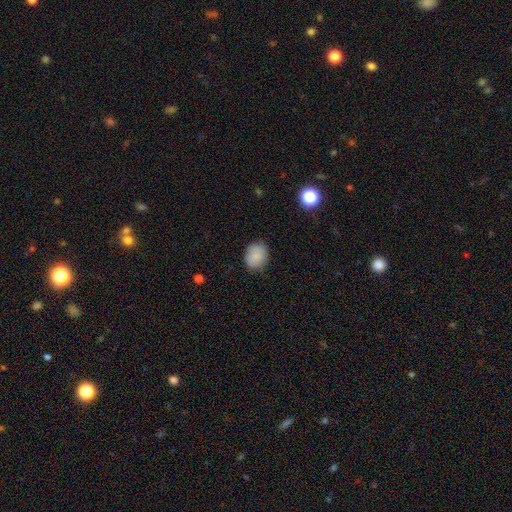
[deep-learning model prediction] Q: Smooth or featured?
A: smooth (86%); runner-up: star or artifact (8%)
Q: How rounded?
A: in between (53%); runner-up: round (46%)
Q: Merging?
A: none (83%); runner-up: minor disturbance (13%)